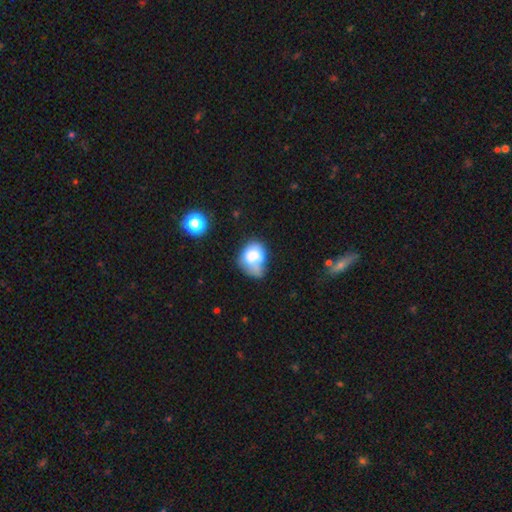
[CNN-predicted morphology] A smooth galaxy with no disk features (75%) that is in between round and cigar-shaped (56%). Merging: minor disturbance (31%).